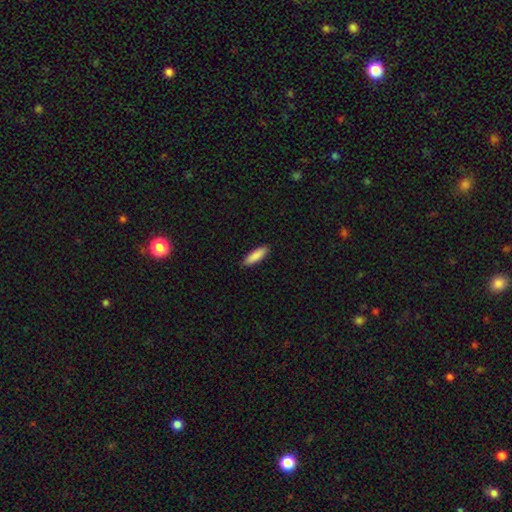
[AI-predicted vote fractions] Smooth or featured?
  - smooth: 88% *
  - featured or disk: 6%
  - star or artifact: 6%
How rounded?
  - cigar-shaped: 60% *
  - in between: 39%
  - round: 1%
Merging?
  - none: 89% *
  - minor disturbance: 8%
  - major disturbance: 2%
  - merger: 1%